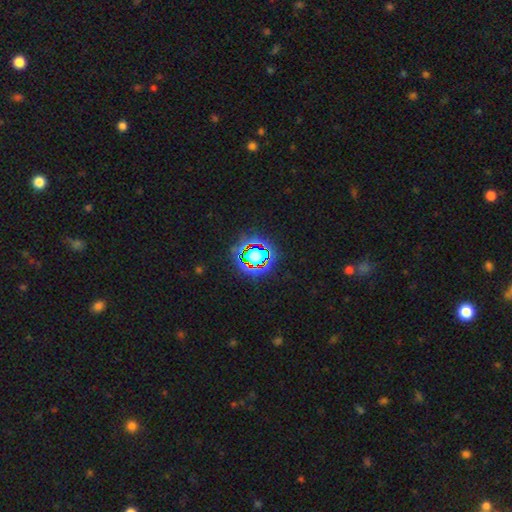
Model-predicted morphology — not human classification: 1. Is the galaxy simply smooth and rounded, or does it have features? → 64% star or artifact, 23% smooth, 13% featured or disk.